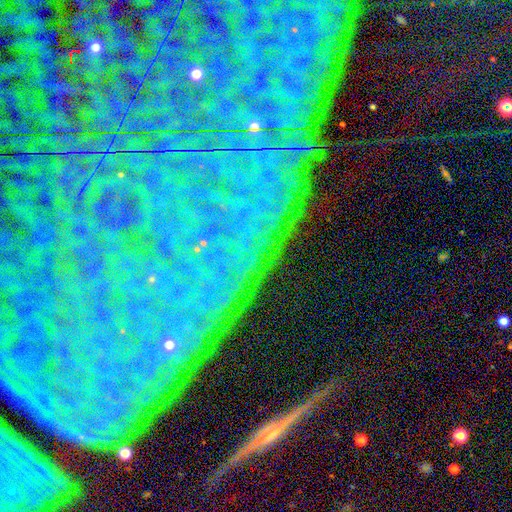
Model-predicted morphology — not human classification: Overall: star or artifact (74%).